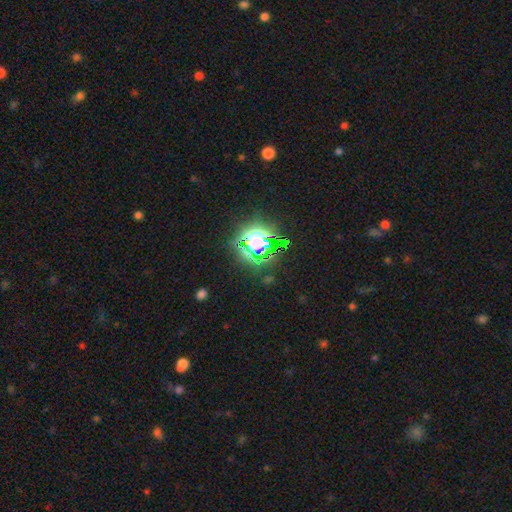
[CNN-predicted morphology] smooth-or-featured: star or artifact: 68% | smooth: 21% | featured or disk: 11%